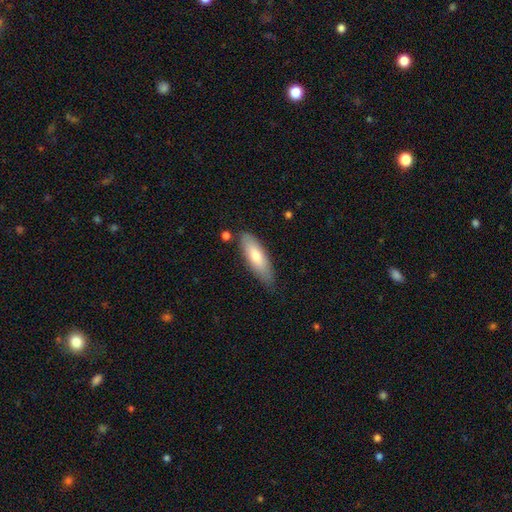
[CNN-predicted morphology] Smooth or featured? Predicted: smooth (p=0.70). How rounded? Predicted: in between (p=0.51). Merging? Predicted: none (p=0.75).